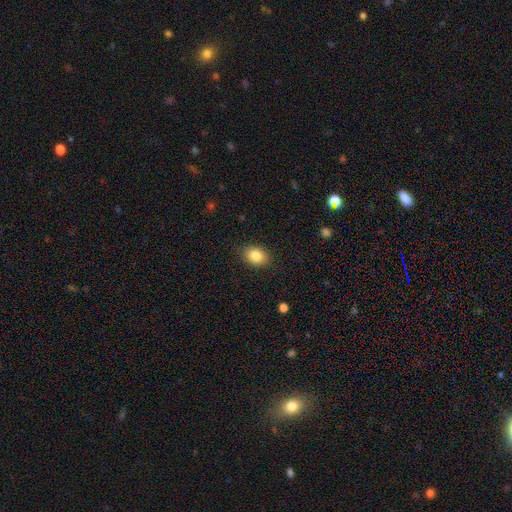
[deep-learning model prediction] Smooth or featured?
  - smooth: 84% *
  - star or artifact: 9%
  - featured or disk: 7%
How rounded?
  - in between: 66% *
  - round: 33%
  - cigar-shaped: 1%
Merging?
  - none: 88% *
  - minor disturbance: 9%
  - major disturbance: 2%
  - merger: 1%